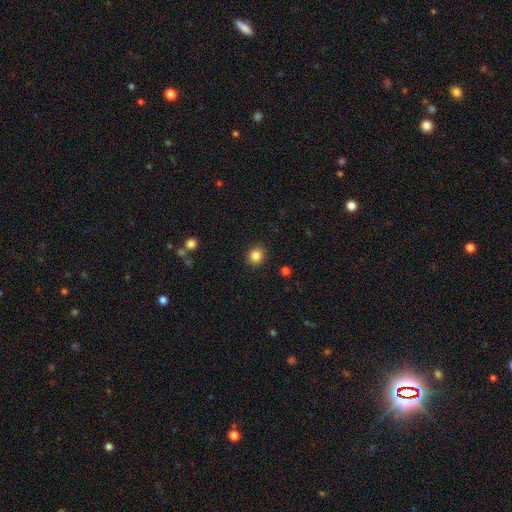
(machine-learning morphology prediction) A smooth galaxy with no disk features (84%) that is round (84%). Merging: none (91%).